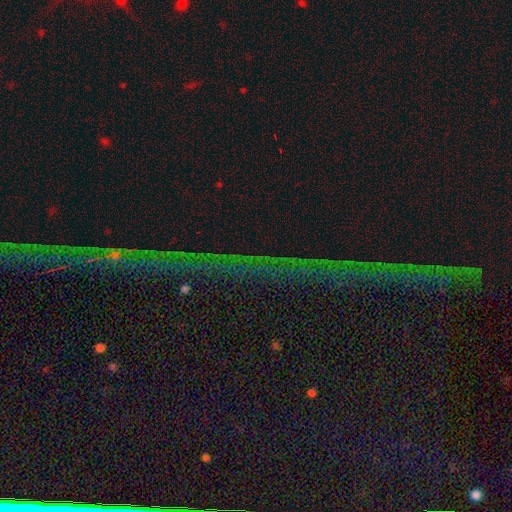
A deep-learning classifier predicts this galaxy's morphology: Smooth or featured: star or artifact — 78% (featured or disk — 12%)